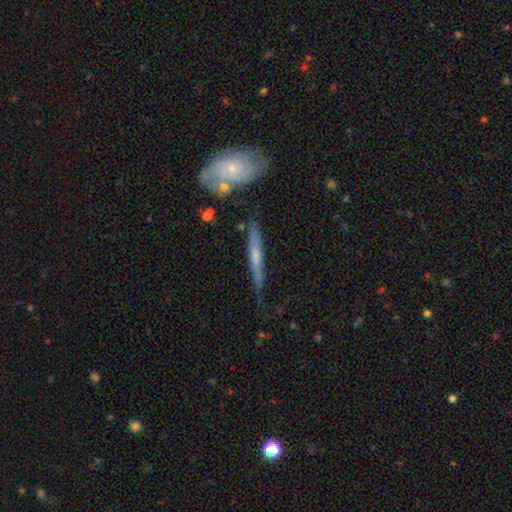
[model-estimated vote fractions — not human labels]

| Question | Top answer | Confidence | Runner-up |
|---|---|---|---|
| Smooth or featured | featured or disk | 65% | smooth (27%) |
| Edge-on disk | yes | 91% | no (9%) |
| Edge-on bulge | rounded | 64% | none (29%) |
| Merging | none | 75% | minor disturbance (16%) |